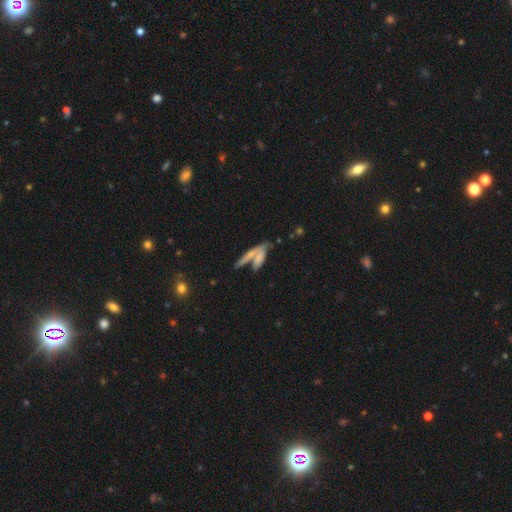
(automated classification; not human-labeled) A smooth galaxy with no disk features (61%) that is cigar-shaped (56%). Merging: merger (54%).